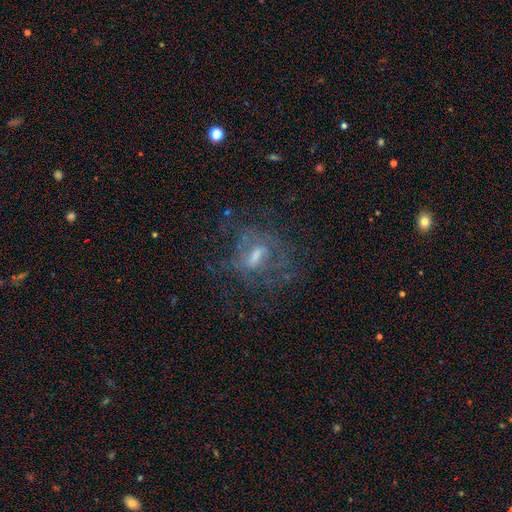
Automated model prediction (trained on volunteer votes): Overall: featured or disk (64%). Edge-on disk: no (93%). Bar: weak (47%; strong 29%). Spiral arms: yes (50%, tied with no). Bulge size: moderate (41%; small 32%). Merging: none (51%; major disturbance 28%).